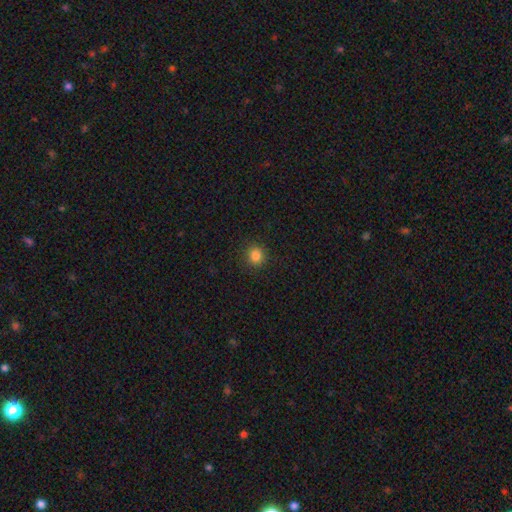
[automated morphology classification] smooth 83%, star or artifact 12%, featured or disk 4%. Down the decision tree: how rounded — round (90%); merging — none (91%).